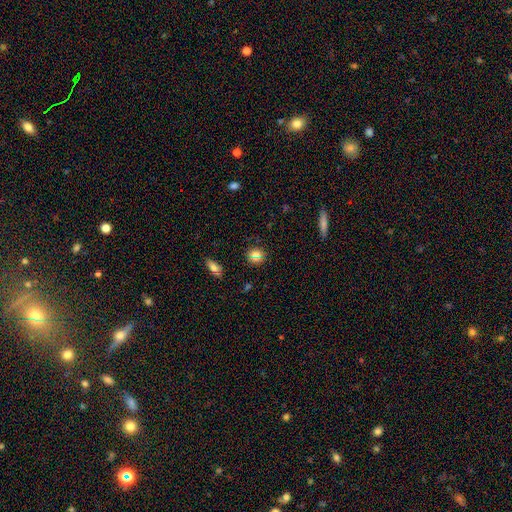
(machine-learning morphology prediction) type=smooth (78%); roundness=round (80%); merging=none (81%).